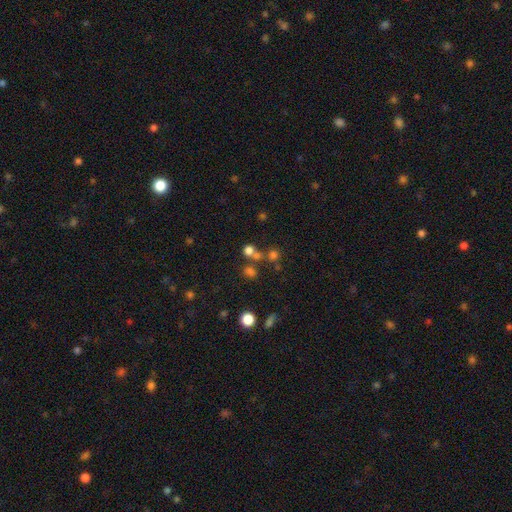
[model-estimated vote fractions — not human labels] This is marginally a star or artifact rather than a galaxy (44%).